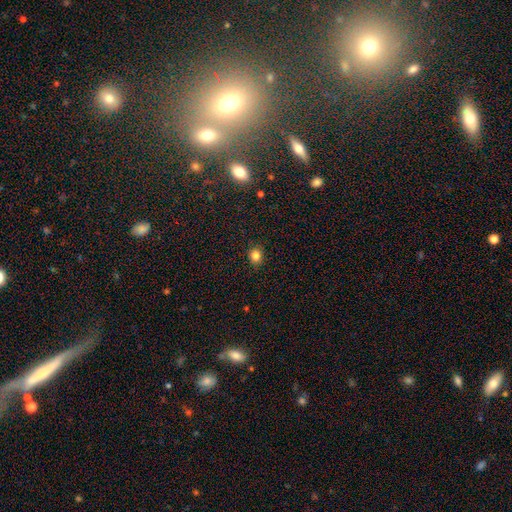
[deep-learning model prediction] Smooth or featured?
  - smooth: 84% *
  - star or artifact: 12%
  - featured or disk: 5%
How rounded?
  - round: 70% *
  - in between: 29%
  - cigar-shaped: 1%
Merging?
  - none: 89% *
  - minor disturbance: 8%
  - major disturbance: 2%
  - merger: 1%